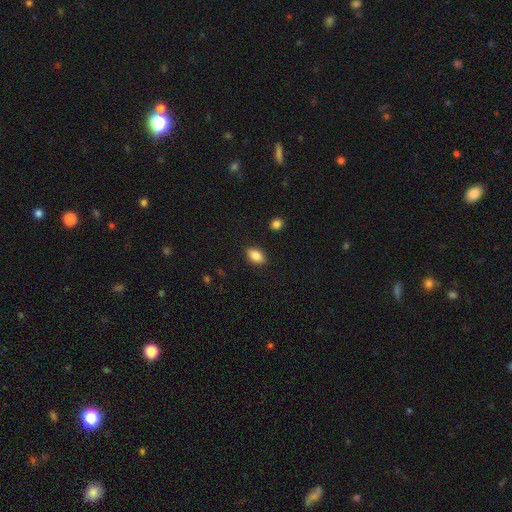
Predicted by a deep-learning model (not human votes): A smooth galaxy with no disk features (87%) that is in between round and cigar-shaped (88%).

Vote fractions:
- Smooth or featured? smooth: 87% / star or artifact: 8% / featured or disk: 5%
- How rounded? in between: 88% / round: 10% / cigar-shaped: 2%
- Merging? none: 87% / minor disturbance: 9% / major disturbance: 2% / merger: 1%